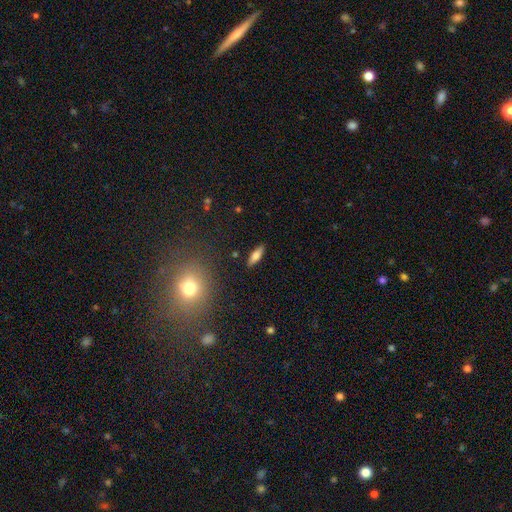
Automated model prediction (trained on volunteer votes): Smooth or featured: smooth — 70% (featured or disk — 21%)
How rounded: in between — 59% (cigar-shaped — 39%)
Merging: none — 88% (minor disturbance — 9%)